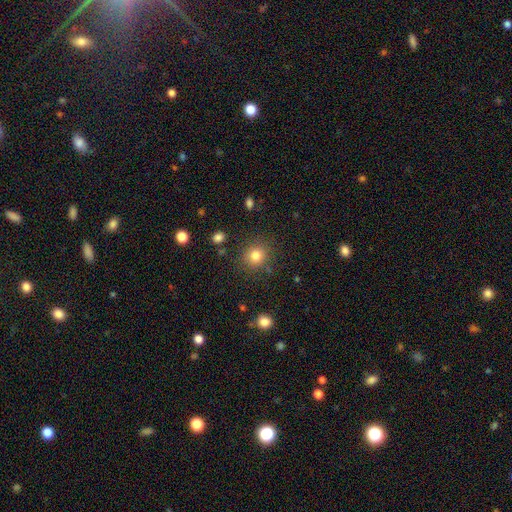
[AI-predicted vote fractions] smooth-or-featured: smooth: 81% | star or artifact: 12% | featured or disk: 7%
  how-rounded: round: 87% | in between: 12% | cigar-shaped: 1%
  merging: none: 86% | minor disturbance: 8% | major disturbance: 3% | merger: 2%